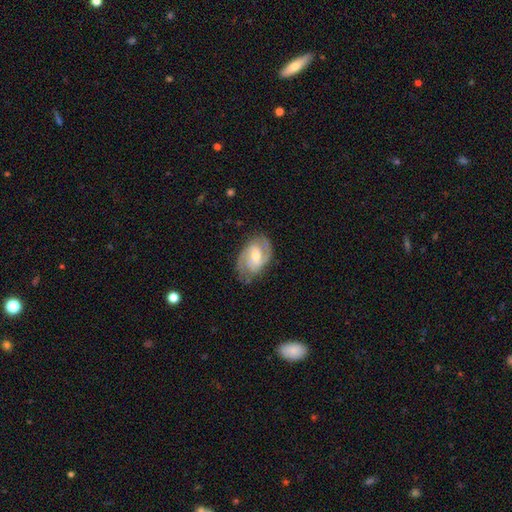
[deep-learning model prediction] smooth-or-featured: featured or disk: 83% | smooth: 12% | star or artifact: 5%
  disk-edge-on: no: 97% | yes: 3%
    bar: weak: 50% | no: 34% | strong: 16%
    has-spiral-arms: yes: 95% | no: 5%
      spiral-winding: medium: 52% | tight: 33% | loose: 15%
      spiral-arm-count: 2: 70% | 3: 14% | can't tell: 9% | 1: 3% | 4: 2% | more than 4: 2%
    bulge-size: moderate: 54% | small: 41% | large: 3% | none: 1% | dominant: 1%
  merging: none: 74% | minor disturbance: 19% | major disturbance: 6% | merger: 1%